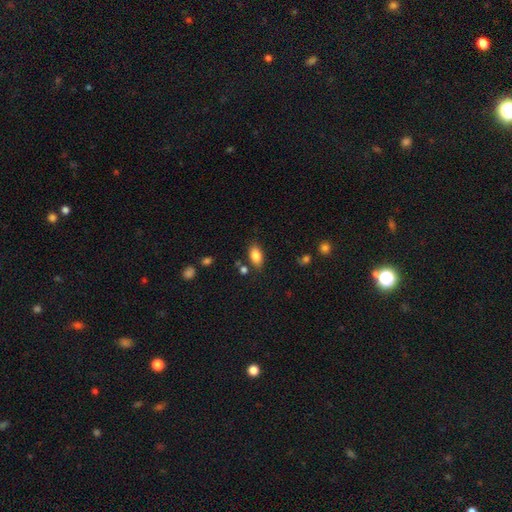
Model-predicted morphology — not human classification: type=smooth (84%); roundness=in between (90%); merging=none (81%).